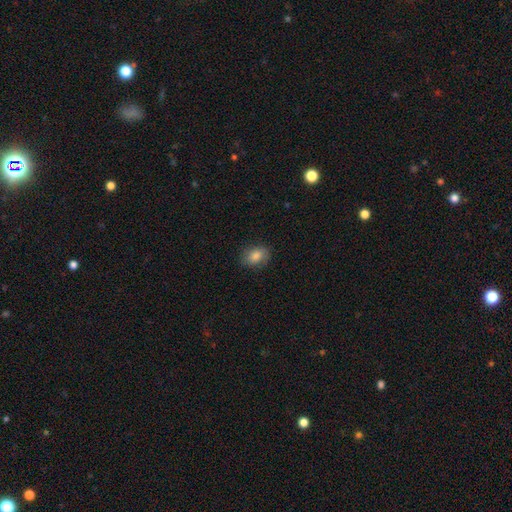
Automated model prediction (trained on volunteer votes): The model was most divided on "how rounded": in between: 70%, round: 29%, cigar-shaped: 1%. More confident: smooth or featured — smooth (82%); merging — none (81%).